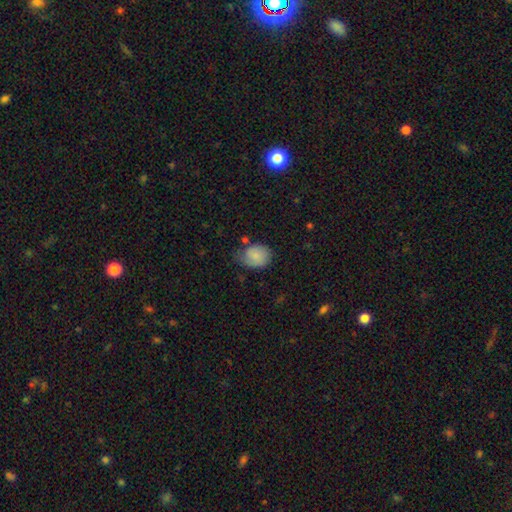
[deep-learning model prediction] Smooth or featured? smooth (78%)
How rounded? round (50%)
Merging? none (49%)